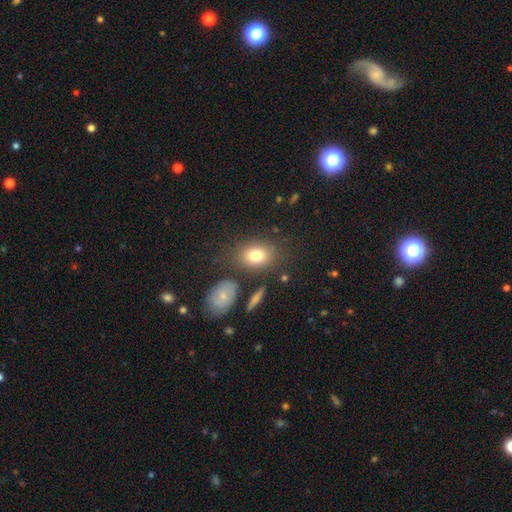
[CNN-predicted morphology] smooth-or-featured: smooth: 78% | featured or disk: 12% | star or artifact: 10%
  how-rounded: in between: 67% | round: 31% | cigar-shaped: 2%
  merging: none: 74% | minor disturbance: 13% | merger: 7% | major disturbance: 6%